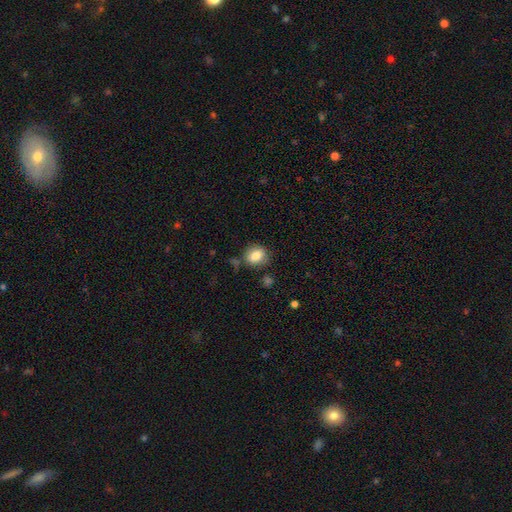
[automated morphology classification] This is clearly a smooth galaxy (82%). How rounded: likely round (69%). Merging: likely none (78%).